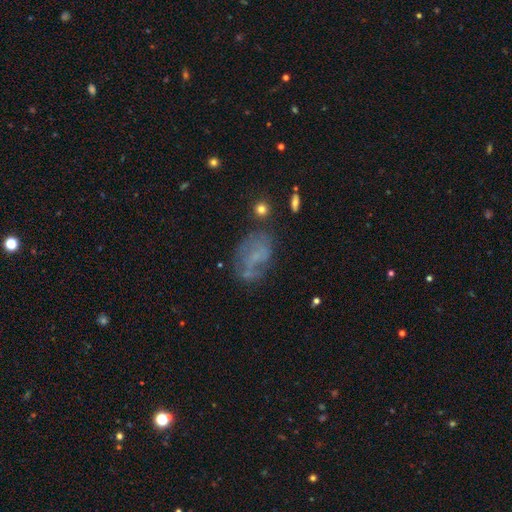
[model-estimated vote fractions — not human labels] Smooth or featured? Predicted: featured or disk (p=0.55). Edge-on disk? Predicted: no (p=0.97). Bar? Predicted: no (p=0.67). Spiral arms? Predicted: yes (p=0.60). Bulge size? Predicted: none (p=0.51). Merging? Predicted: none (p=0.51).